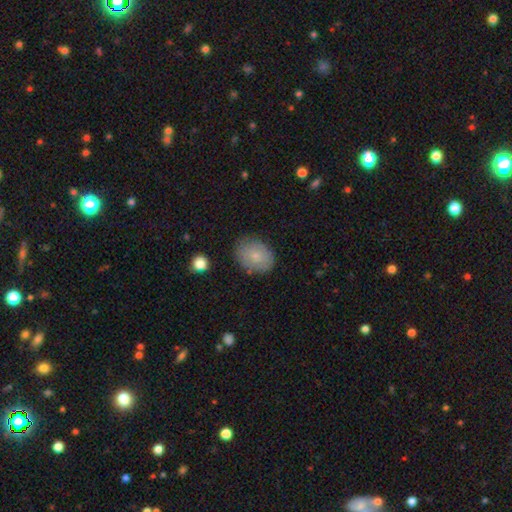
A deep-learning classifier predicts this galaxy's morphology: Q: Smooth or featured?
A: smooth (76%); runner-up: featured or disk (16%)
Q: How rounded?
A: in between (65%); runner-up: round (34%)
Q: Merging?
A: none (78%); runner-up: minor disturbance (16%)